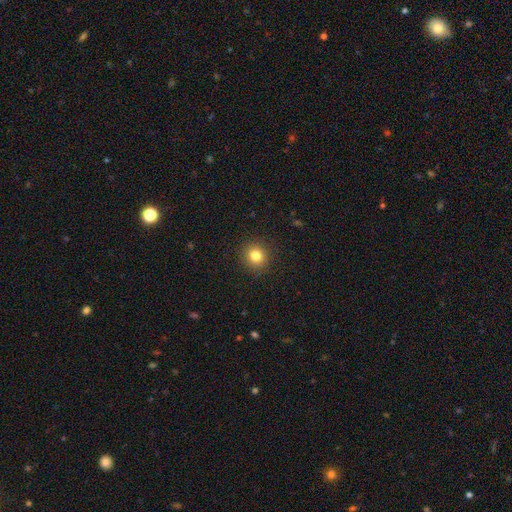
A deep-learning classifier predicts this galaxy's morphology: A smooth galaxy with no disk features (81%) that is round (89%). Merging: none (91%).